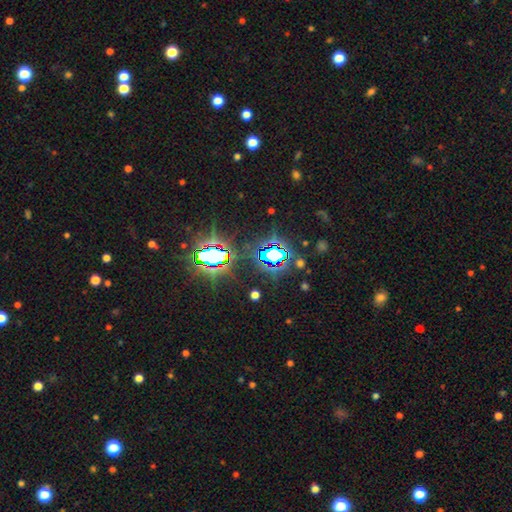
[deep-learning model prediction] Q: Smooth or featured?
A: star or artifact (84%); runner-up: smooth (9%)